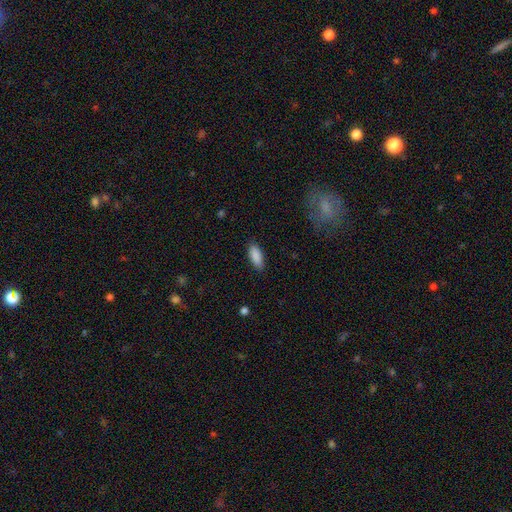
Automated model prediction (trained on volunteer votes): This is clearly a smooth galaxy (89%). How rounded: likely in between (77%). Merging: clearly none (86%).